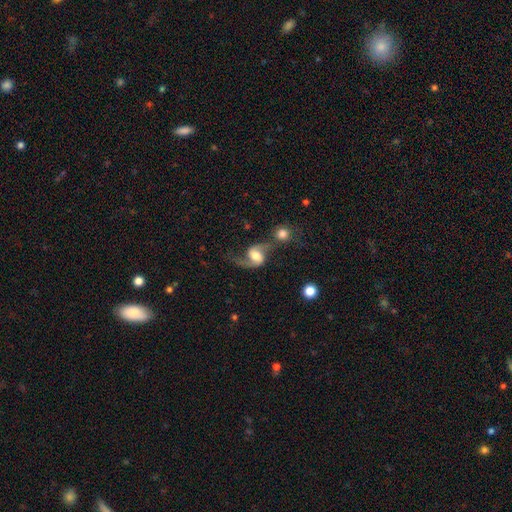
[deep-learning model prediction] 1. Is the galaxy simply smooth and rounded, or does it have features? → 78% featured or disk, 15% smooth, 7% star or artifact.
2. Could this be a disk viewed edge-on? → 97% no, 3% yes.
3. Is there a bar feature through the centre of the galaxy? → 45% weak, 36% no, 19% strong.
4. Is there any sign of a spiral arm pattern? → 94% yes, 6% no.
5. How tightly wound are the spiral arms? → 75% loose, 21% medium, 4% tight.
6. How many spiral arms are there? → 90% 2, 5% 1, 2% can't tell, 1% 3, 1% 4, 1% more than 4.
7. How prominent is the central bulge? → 49% moderate, 33% large, 11% small, 4% dominant, 3% none.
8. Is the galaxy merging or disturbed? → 45% none, 27% merger, 15% minor disturbance, 14% major disturbance.